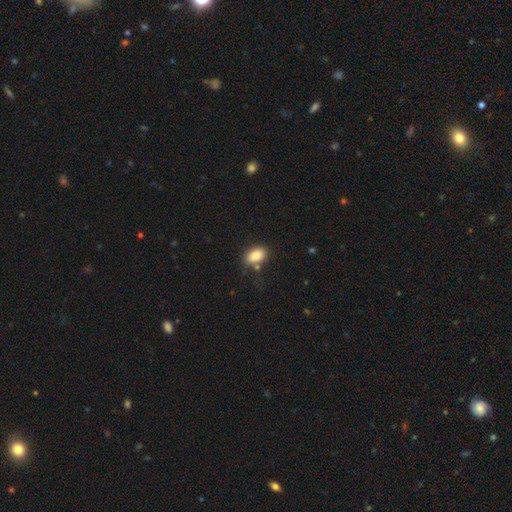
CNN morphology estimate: Q: Smooth or featured?
A: smooth (85%); runner-up: star or artifact (8%)
Q: How rounded?
A: in between (89%); runner-up: round (9%)
Q: Merging?
A: none (73%); runner-up: minor disturbance (14%)